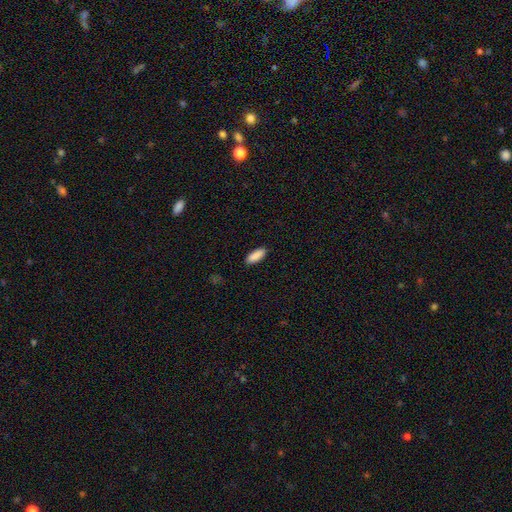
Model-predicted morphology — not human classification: Smooth or featured? smooth (90%)
How rounded? in between (73%)
Merging? none (90%)